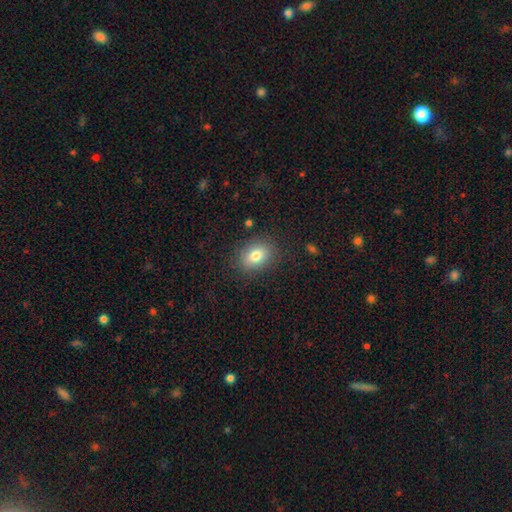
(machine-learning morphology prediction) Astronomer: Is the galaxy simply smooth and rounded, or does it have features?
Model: smooth — 79%.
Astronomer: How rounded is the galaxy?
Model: in between — 64%.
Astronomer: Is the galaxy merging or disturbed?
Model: none — 84%.